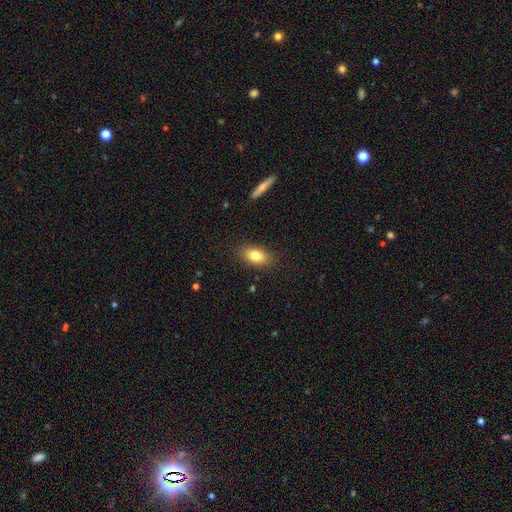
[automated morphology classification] Smooth or featured? smooth (80%)
How rounded? in between (88%)
Merging? none (86%)